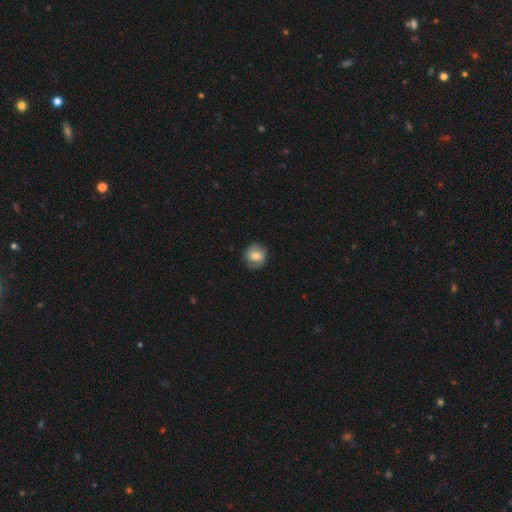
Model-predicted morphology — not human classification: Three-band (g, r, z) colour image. It shows a smooth galaxy with no disk features (75%) that is round (86%). Merging: none (85%).